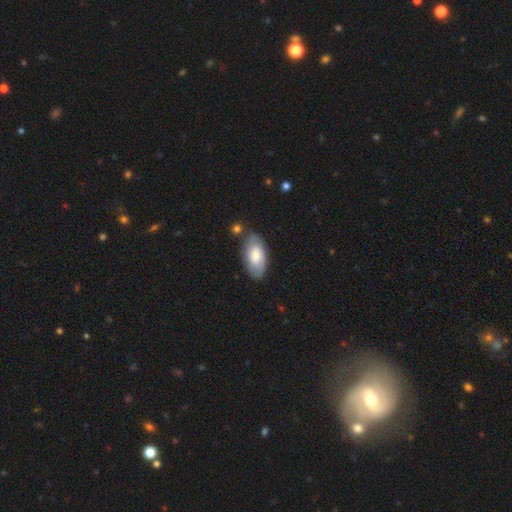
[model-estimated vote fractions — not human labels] A smooth galaxy with no disk features (70%) that is in between round and cigar-shaped (94%).

Vote fractions:
- Smooth or featured? smooth: 70% / featured or disk: 24% / star or artifact: 6%
- How rounded? in between: 94% / cigar-shaped: 3% / round: 3%
- Merging? none: 75% / minor disturbance: 16% / merger: 5% / major disturbance: 4%